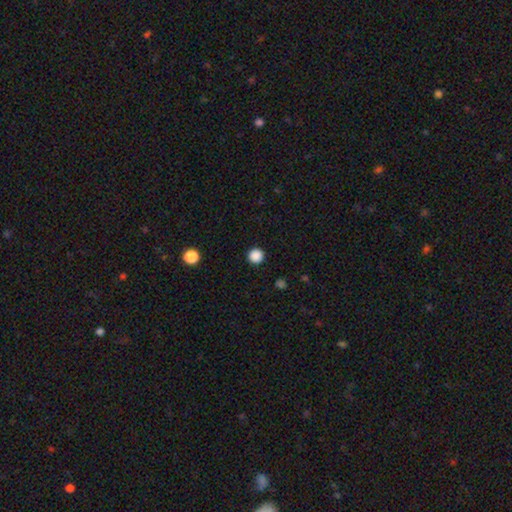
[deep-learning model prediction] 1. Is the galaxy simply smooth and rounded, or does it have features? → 87% smooth, 10% star or artifact, 2% featured or disk.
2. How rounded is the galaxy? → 96% round, 3% in between, 1% cigar-shaped.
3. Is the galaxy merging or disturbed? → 93% none, 4% minor disturbance, 2% major disturbance, 1% merger.